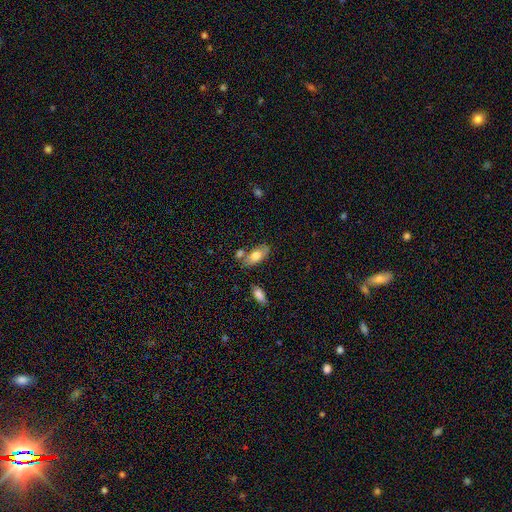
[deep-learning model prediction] smooth-or-featured: smooth: 71% | featured or disk: 22% | star or artifact: 7%
  how-rounded: in between: 88% | cigar-shaped: 9% | round: 3%
  merging: none: 64% | minor disturbance: 17% | merger: 15% | major disturbance: 5%